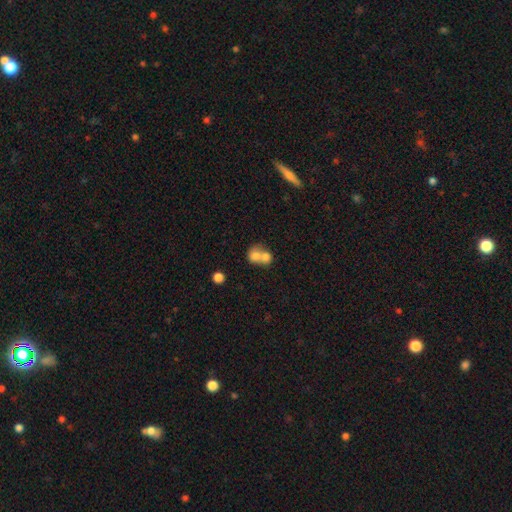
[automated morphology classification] smooth-or-featured: smooth: 73% | featured or disk: 18% | star or artifact: 9%
  how-rounded: round: 68% | in between: 31% | cigar-shaped: 1%
  merging: merger: 73% | none: 19% | minor disturbance: 5% | major disturbance: 3%